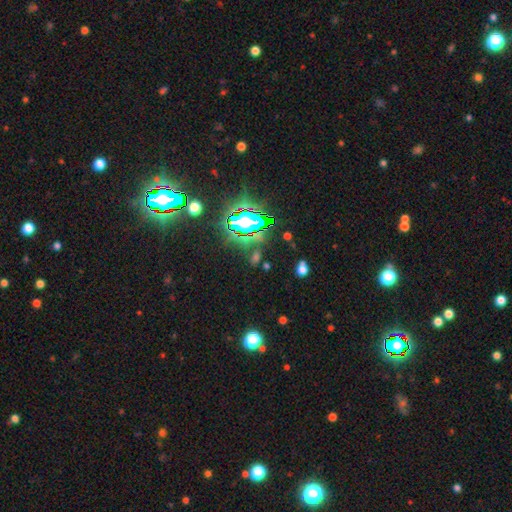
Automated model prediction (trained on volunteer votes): Q: Smooth or featured?
A: star or artifact (69%); runner-up: smooth (20%)